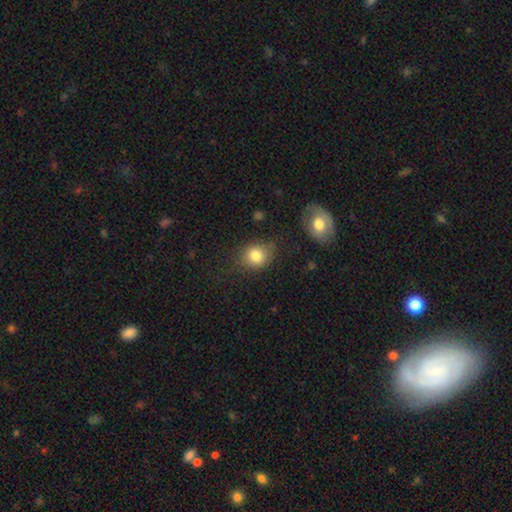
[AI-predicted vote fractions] This appears to be a smooth galaxy with no disk features (82%) that is round (66%). Merging: none (71%).